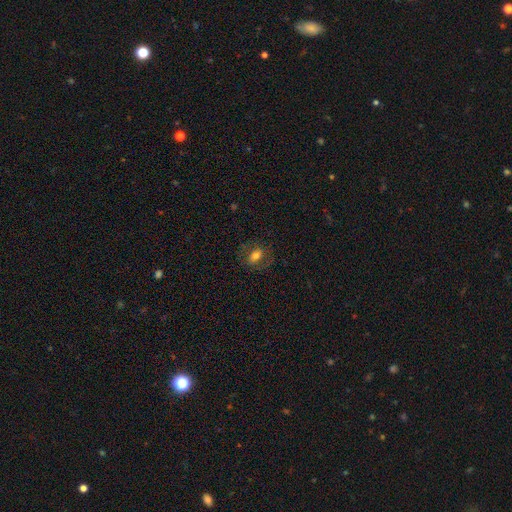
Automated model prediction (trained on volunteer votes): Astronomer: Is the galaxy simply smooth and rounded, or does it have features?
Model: smooth — 64%.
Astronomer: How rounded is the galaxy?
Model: in between — 77%.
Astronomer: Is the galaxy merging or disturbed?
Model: none — 75%.